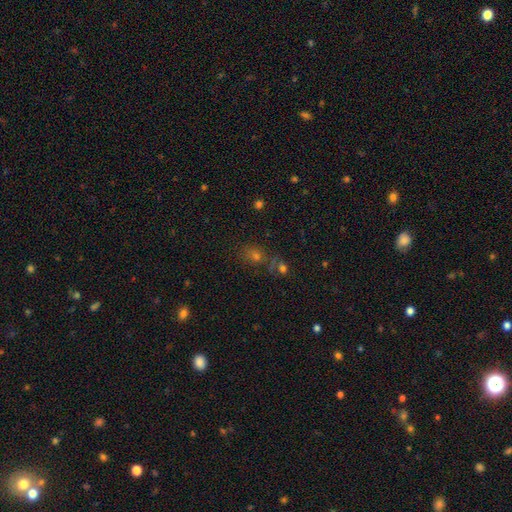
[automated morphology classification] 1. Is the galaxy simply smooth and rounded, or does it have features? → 50% smooth, 38% star or artifact, 12% featured or disk.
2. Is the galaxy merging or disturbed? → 59% none, 22% merger, 12% minor disturbance, 7% major disturbance.